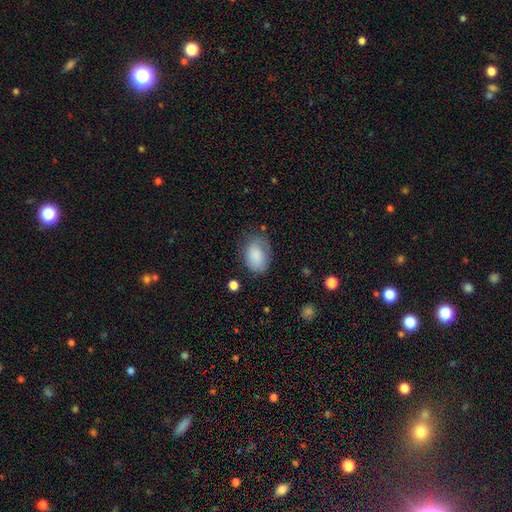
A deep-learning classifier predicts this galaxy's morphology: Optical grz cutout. It shows a smooth galaxy with no disk features (84%) that is in between round and cigar-shaped (80%). Merging: none (61%).